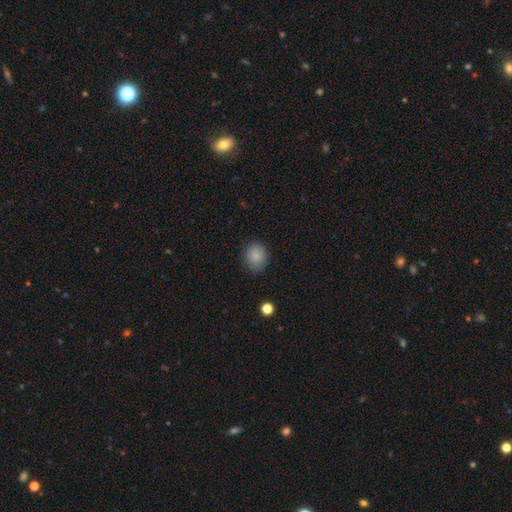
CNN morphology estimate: type=smooth (86%); roundness=round (66%); merging=none (83%).